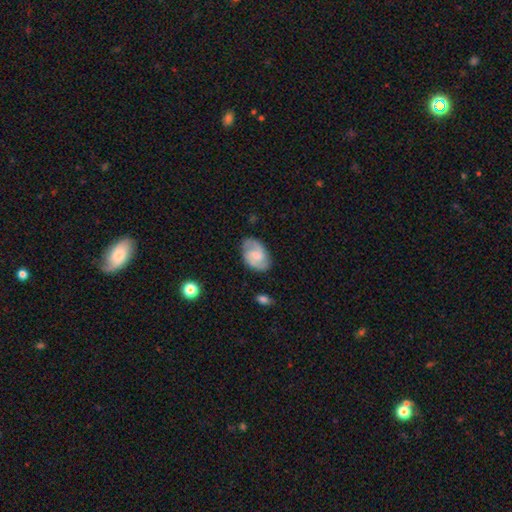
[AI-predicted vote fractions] Overall: featured or disk (69%). Edge-on disk: no (97%). Bar: weak (54%; no 34%). Spiral arms: yes (93%). Spiral arm count: 2 (86%). Spiral winding: medium (51%; tight 28%). Bulge size: small (39%; moderate 31%). Merging: none (78%).